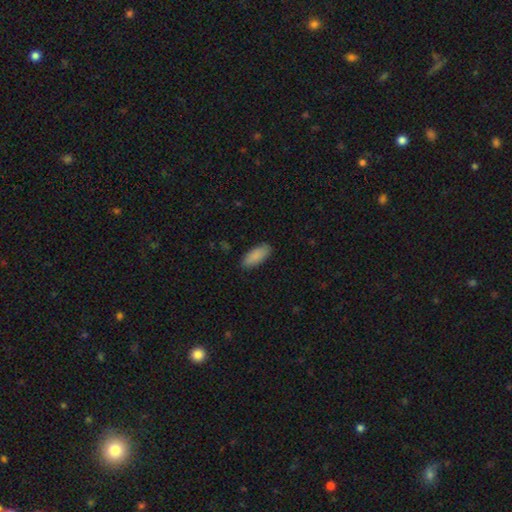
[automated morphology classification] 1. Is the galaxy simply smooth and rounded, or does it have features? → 89% smooth, 6% star or artifact, 6% featured or disk.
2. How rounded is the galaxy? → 84% in between, 15% cigar-shaped, 2% round.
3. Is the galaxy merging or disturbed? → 86% none, 11% minor disturbance, 2% major disturbance, 1% merger.